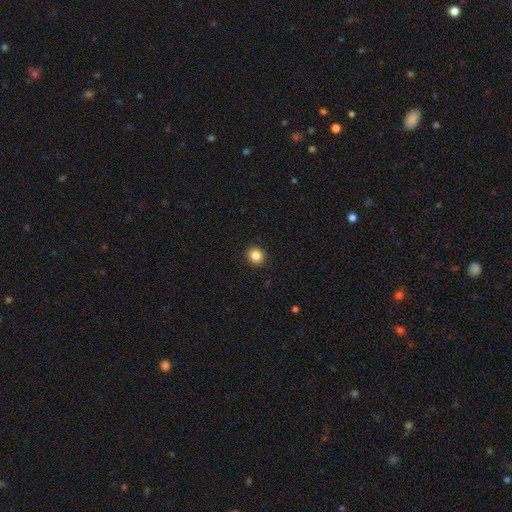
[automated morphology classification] Smooth or featured? Predicted: smooth (p=0.85). How rounded? Predicted: round (p=0.87). Merging? Predicted: none (p=0.93).